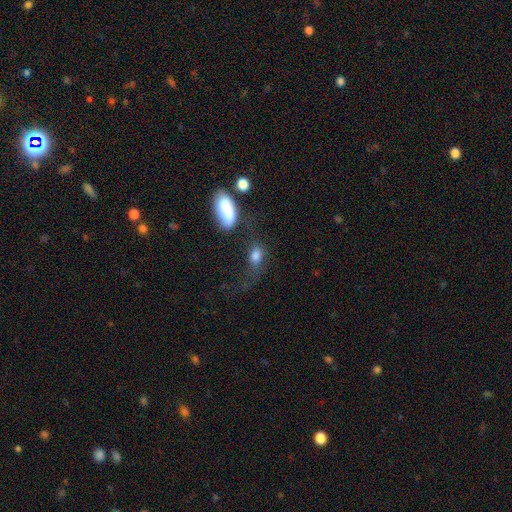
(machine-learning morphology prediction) Smooth or featured? Predicted: smooth (p=0.79). How rounded? Predicted: in between (p=0.78). Merging? Predicted: none (p=0.41).